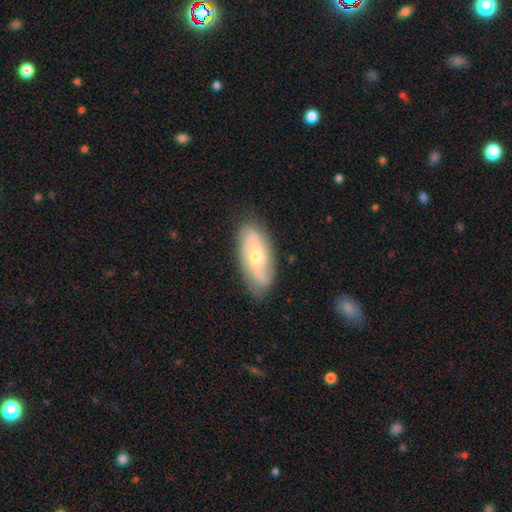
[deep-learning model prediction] A featured or disk galaxy (72%) with no bar (71%), 2 (51%) tight (46%) spiral arms (91%) and a moderate central bulge (52%). Merging: none (78%).